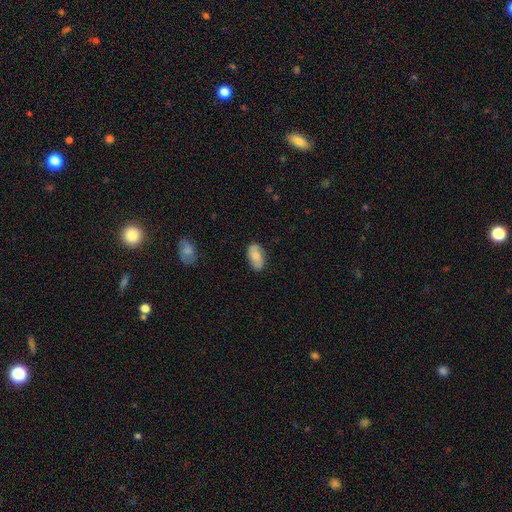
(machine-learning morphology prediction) type=smooth (68%); roundness=in between (93%); merging=none (81%).